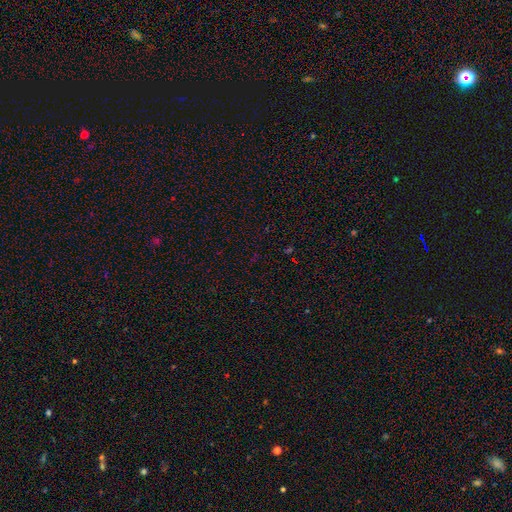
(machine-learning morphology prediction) A star or artifact, not a galaxy (68%).